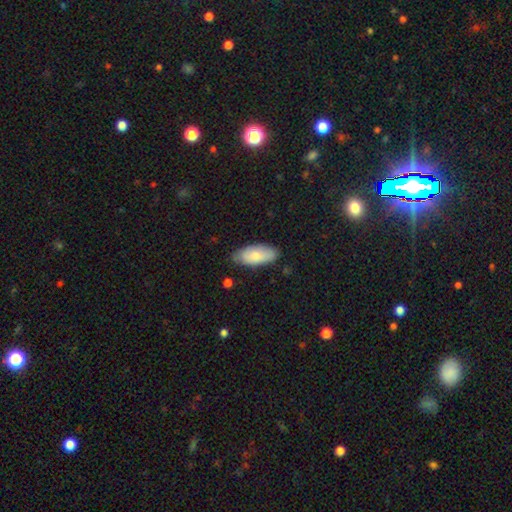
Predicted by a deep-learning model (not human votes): The model was most divided on "merging": none: 76%, minor disturbance: 20%, major disturbance: 3%, merger: 1%. More confident: how rounded — in between (89%); smooth or featured — smooth (79%).